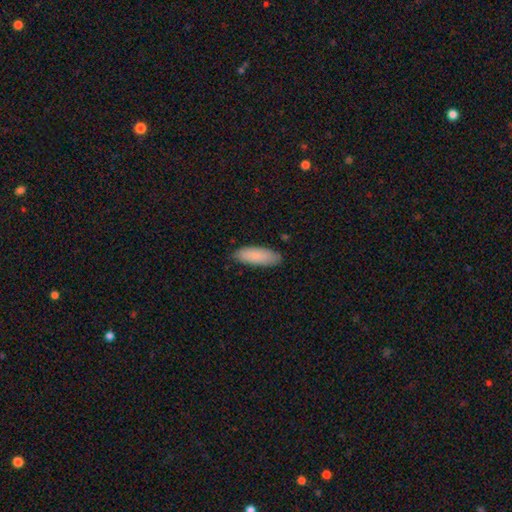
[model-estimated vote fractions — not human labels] Q: Smooth or featured?
A: smooth (86%); runner-up: featured or disk (8%)
Q: How rounded?
A: in between (61%); runner-up: cigar-shaped (38%)
Q: Merging?
A: none (85%); runner-up: minor disturbance (12%)